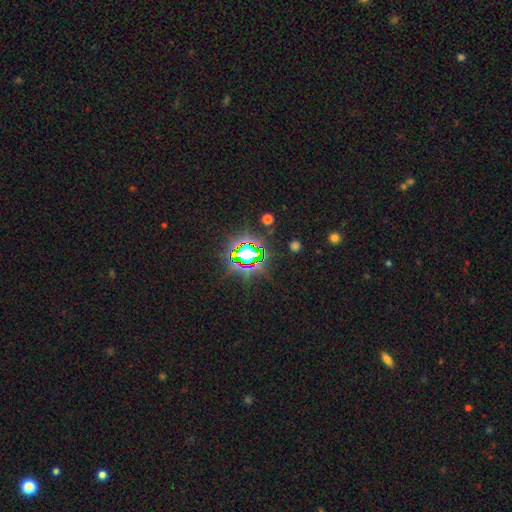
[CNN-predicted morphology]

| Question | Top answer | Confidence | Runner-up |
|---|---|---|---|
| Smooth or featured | star or artifact | 79% | smooth (13%) |